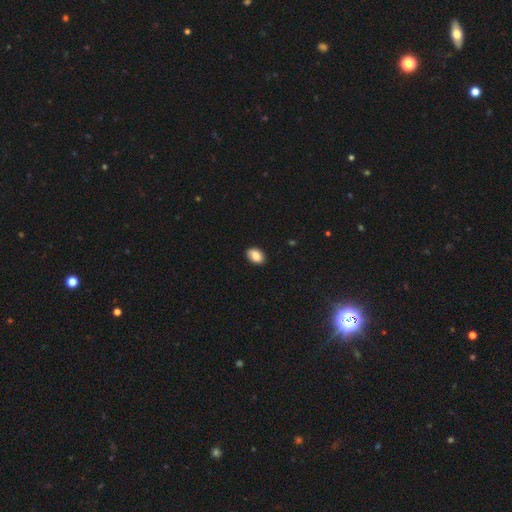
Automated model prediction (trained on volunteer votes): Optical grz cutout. It shows a smooth galaxy with no disk features (88%) that is in between round and cigar-shaped (88%). Merging: none (88%).